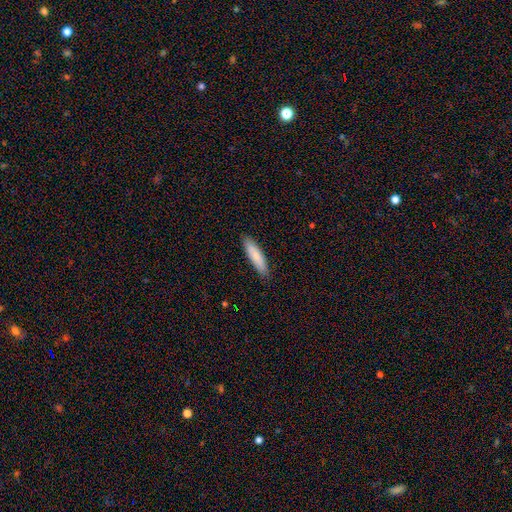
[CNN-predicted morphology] smooth_or_featured: smooth (p=0.80) [alt: featured or disk p=0.14]
how_rounded: cigar-shaped (p=0.69) [alt: in between p=0.30]
merging: none (p=0.88) [alt: minor disturbance p=0.09]